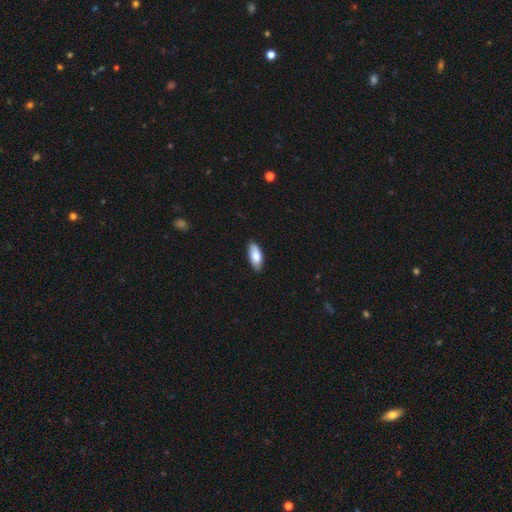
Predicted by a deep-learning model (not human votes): Overall: smooth (82%). How rounded: in between (85%). Merging: none (85%).